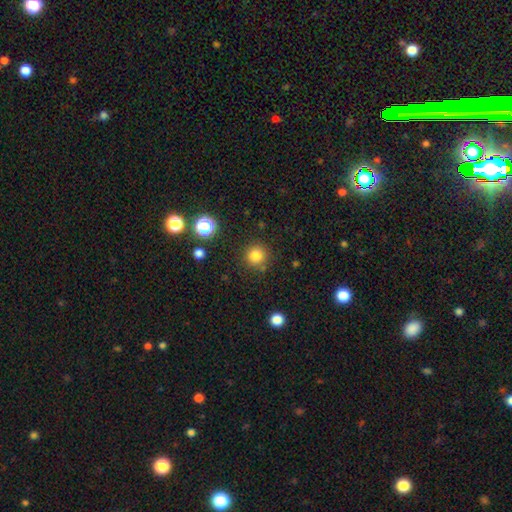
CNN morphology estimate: Smooth or featured? smooth (81%)
How rounded? round (94%)
Merging? none (86%)